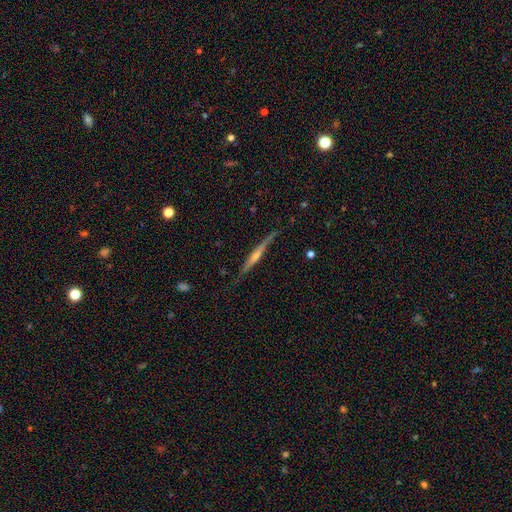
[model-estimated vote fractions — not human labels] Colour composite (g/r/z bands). It shows a featured or disk galaxy (76%) viewed edge-on (97%) with a rounded central bulge (75%). Merging: none (83%).